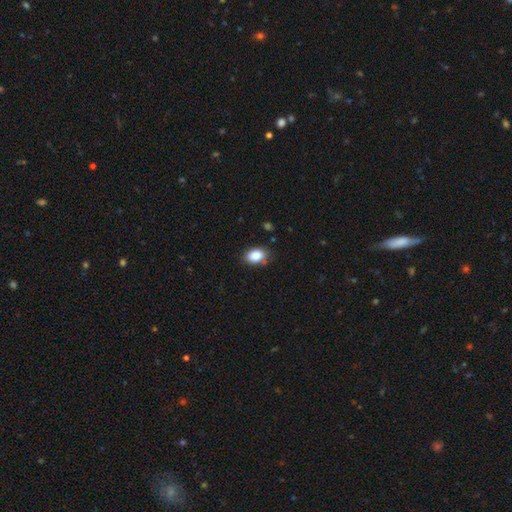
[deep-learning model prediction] This is clearly a smooth galaxy (87%). How rounded: clearly in between (84%). Merging: clearly none (81%).